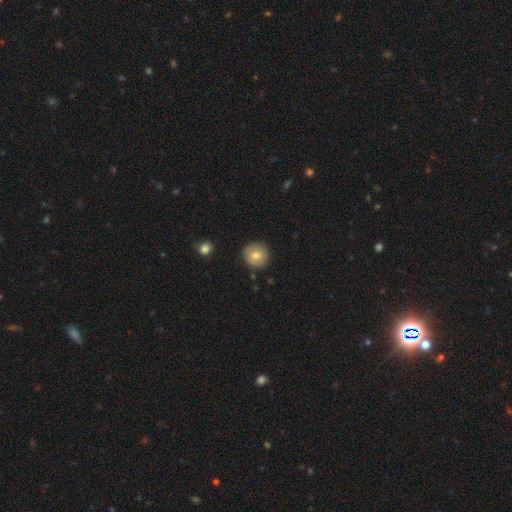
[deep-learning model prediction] A smooth galaxy with no disk features (76%) that is round (94%).

Vote fractions:
- Smooth or featured? smooth: 76% / featured or disk: 16% / star or artifact: 8%
- How rounded? round: 94% / in between: 5% / cigar-shaped: 1%
- Merging? none: 87% / minor disturbance: 10% / major disturbance: 2% / merger: 1%